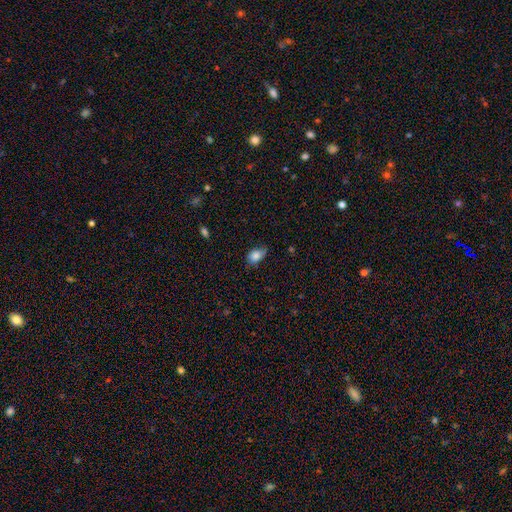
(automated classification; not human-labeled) Smooth or featured? smooth (81%)
How rounded? in between (81%)
Merging? none (57%)